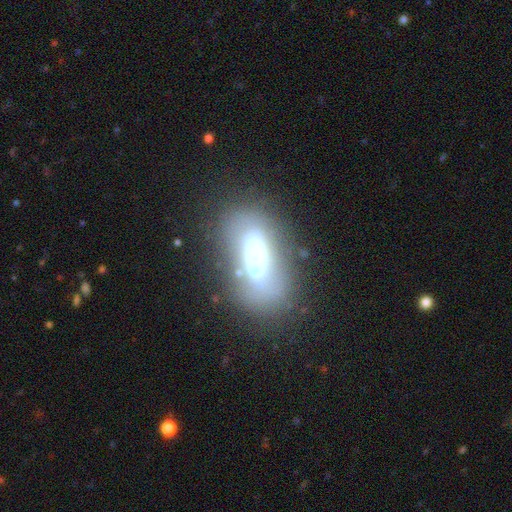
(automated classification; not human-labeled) Q: Smooth or featured?
A: smooth (45%); runner-up: featured or disk (41%)
Q: Merging?
A: none (61%); runner-up: minor disturbance (16%)